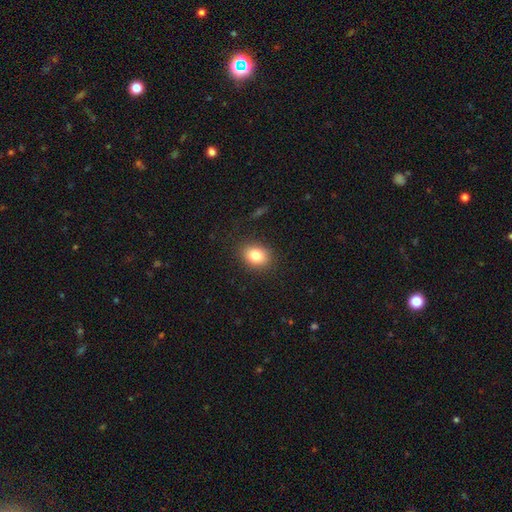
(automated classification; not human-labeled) This is clearly a smooth galaxy (82%). How rounded: likely in between (63%). Merging: clearly none (86%).